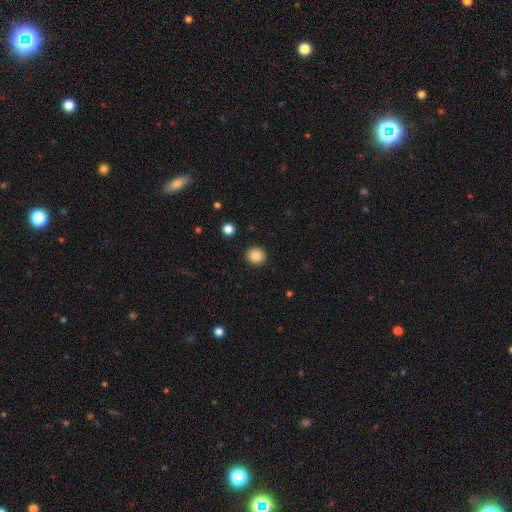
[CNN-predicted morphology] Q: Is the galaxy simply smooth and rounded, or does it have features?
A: smooth — 88%.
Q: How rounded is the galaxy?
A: round — 87%.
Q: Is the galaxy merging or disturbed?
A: none — 92%.